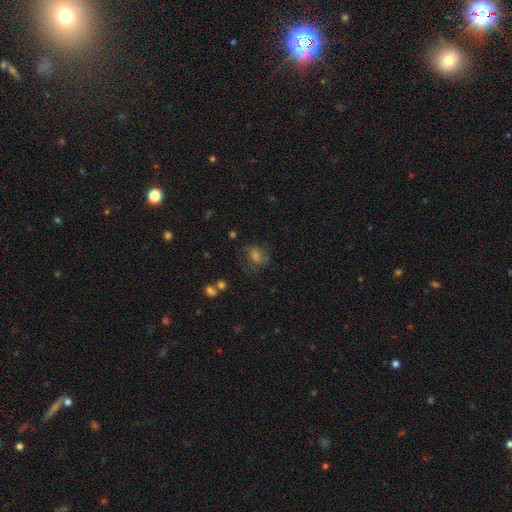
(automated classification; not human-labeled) Smooth or featured? smooth (44%)
Merging? none (61%)